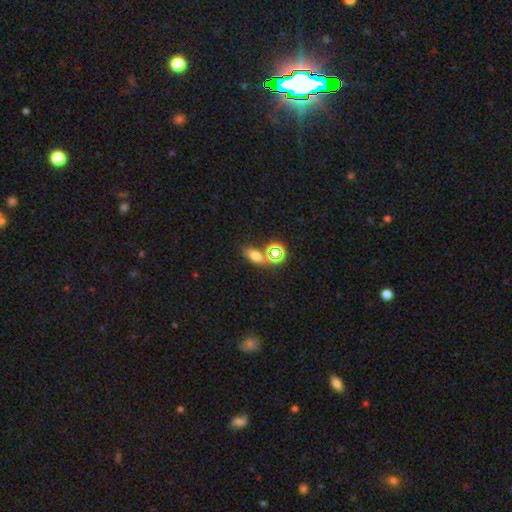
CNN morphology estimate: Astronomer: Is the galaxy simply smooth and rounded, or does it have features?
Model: smooth — 62%.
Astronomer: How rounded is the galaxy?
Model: in between — 76%.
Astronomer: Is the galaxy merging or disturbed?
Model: none — 65%.